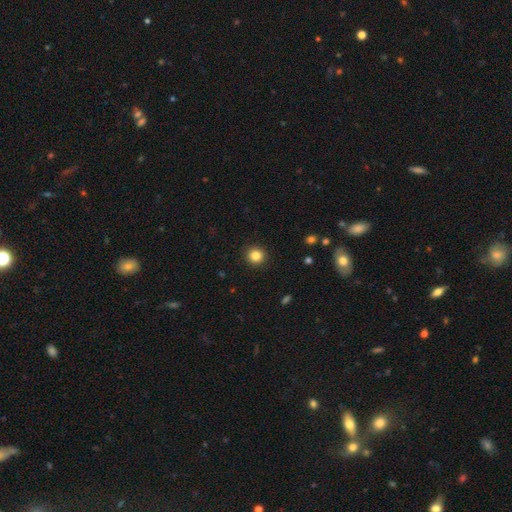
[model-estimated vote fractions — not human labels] This is clearly a smooth galaxy (84%). How rounded: clearly round (93%). Merging: clearly none (92%).